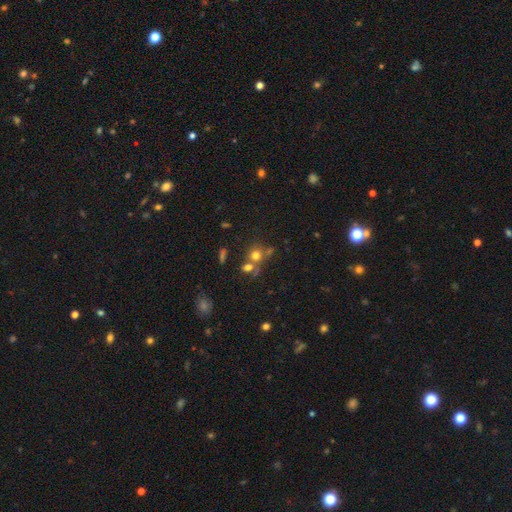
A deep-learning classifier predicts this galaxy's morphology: Smooth or featured? smooth (68%)
How rounded? round (84%)
Merging? none (51%)